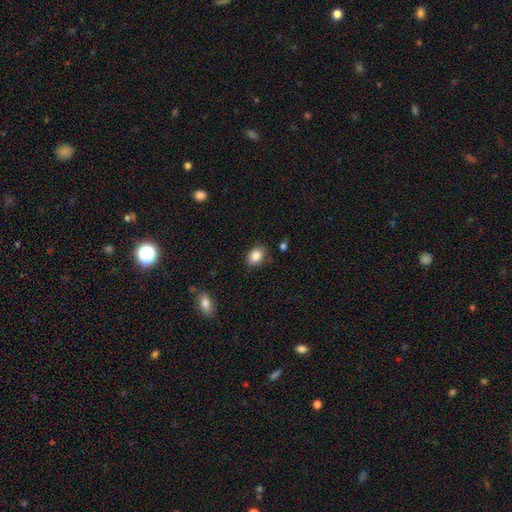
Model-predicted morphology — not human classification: Smooth or featured: smooth — 85% (star or artifact — 9%)
How rounded: in between — 73% (round — 26%)
Merging: none — 82% (minor disturbance — 12%)